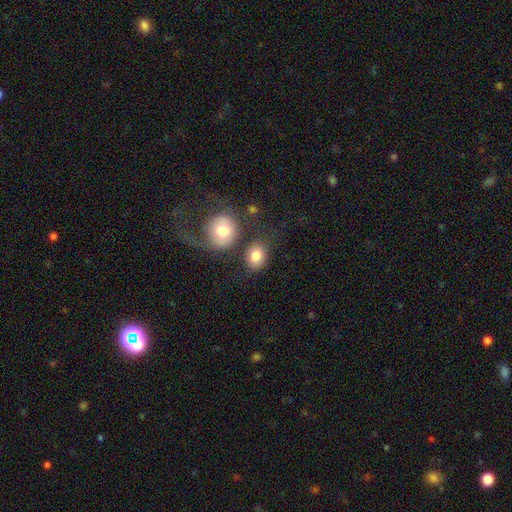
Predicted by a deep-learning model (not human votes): Q: Smooth or featured?
A: smooth (82%); runner-up: featured or disk (10%)
Q: How rounded?
A: in between (51%); runner-up: round (48%)
Q: Merging?
A: none (69%); runner-up: merger (14%)